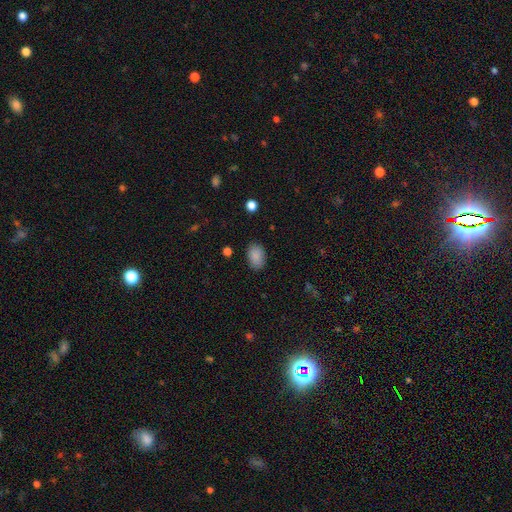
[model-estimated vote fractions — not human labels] Overall: smooth (88%). How rounded: in between (87%). Merging: none (84%).